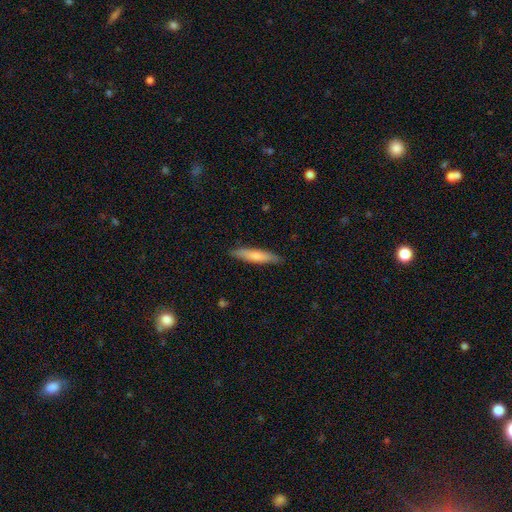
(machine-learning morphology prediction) smooth 71%, featured or disk 24%, star or artifact 5%. Down the decision tree: how rounded — cigar-shaped (86%); merging — none (88%).